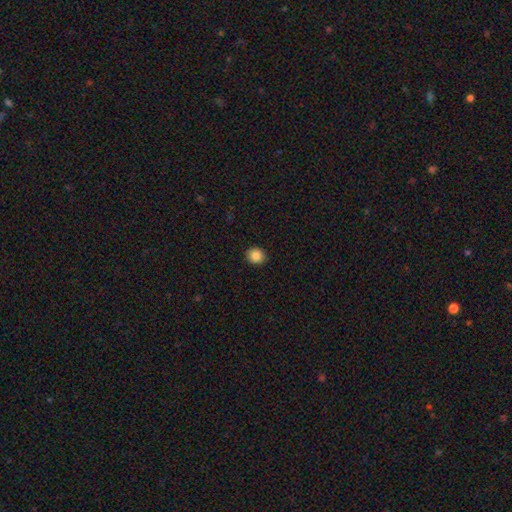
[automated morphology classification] This is clearly a smooth galaxy (86%). How rounded: clearly round (83%). Merging: clearly none (92%).